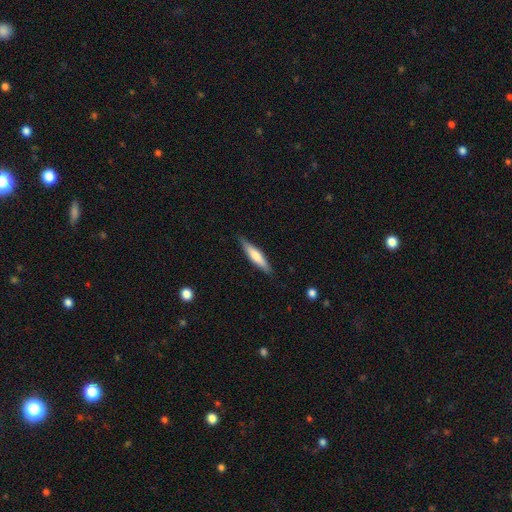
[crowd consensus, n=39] Q: Smooth or featured?
A: smooth (59%); runner-up: featured or disk (38%)
Q: How rounded?
A: cigar-shaped (91%); runner-up: round (4%)
Q: Merging?
A: none (89%); runner-up: minor disturbance (5%)